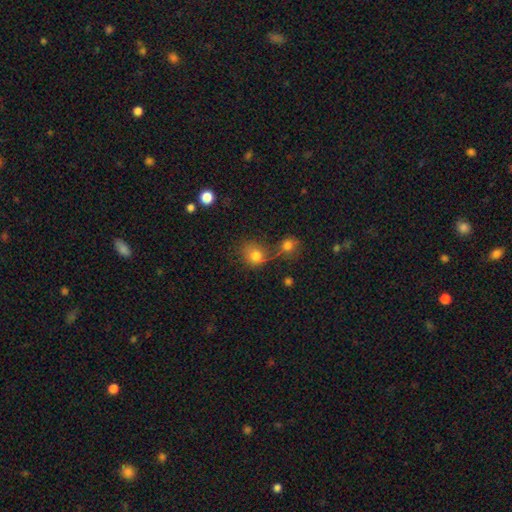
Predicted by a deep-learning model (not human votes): Smooth or featured?
  - smooth: 79% *
  - star or artifact: 12%
  - featured or disk: 9%
How rounded?
  - round: 79% *
  - in between: 20%
  - cigar-shaped: 1%
Merging?
  - none: 48% *
  - merger: 28%
  - minor disturbance: 15%
  - major disturbance: 9%